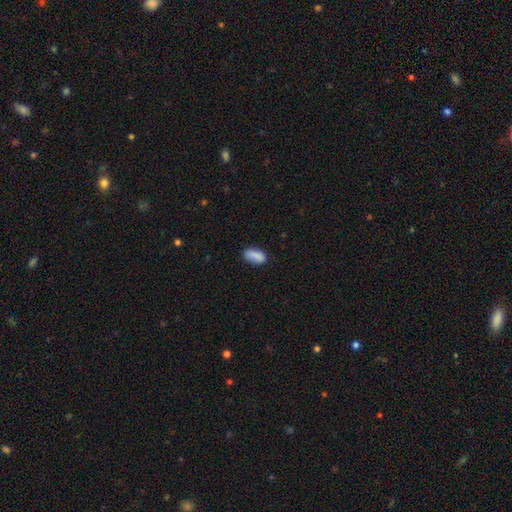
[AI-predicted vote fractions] Smooth or featured? smooth (86%)
How rounded? in between (89%)
Merging? none (76%)